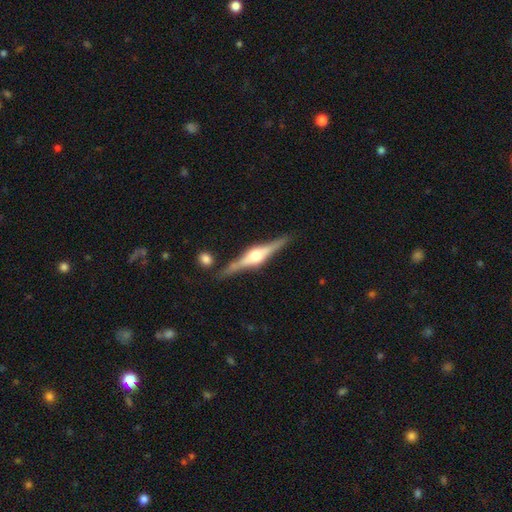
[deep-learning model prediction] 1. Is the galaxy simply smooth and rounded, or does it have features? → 84% featured or disk, 11% smooth, 5% star or artifact.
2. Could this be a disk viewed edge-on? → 98% yes, 2% no.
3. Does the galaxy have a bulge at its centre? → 89% rounded, 10% boxy, 2% none.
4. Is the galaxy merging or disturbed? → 85% none, 9% minor disturbance, 3% merger, 2% major disturbance.